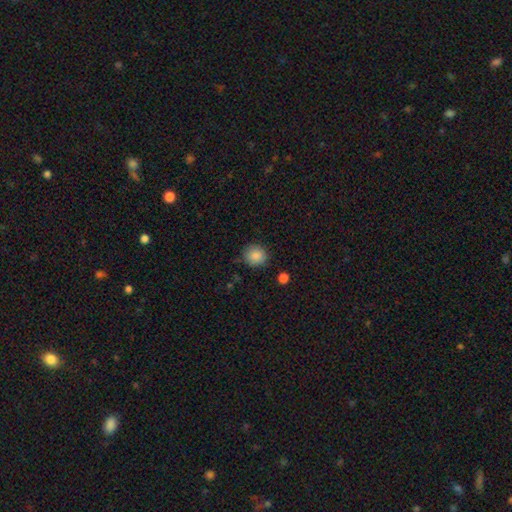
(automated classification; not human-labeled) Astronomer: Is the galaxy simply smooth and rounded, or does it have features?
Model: smooth — 87%.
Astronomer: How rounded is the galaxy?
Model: round — 87%.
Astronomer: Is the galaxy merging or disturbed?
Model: none — 80%.